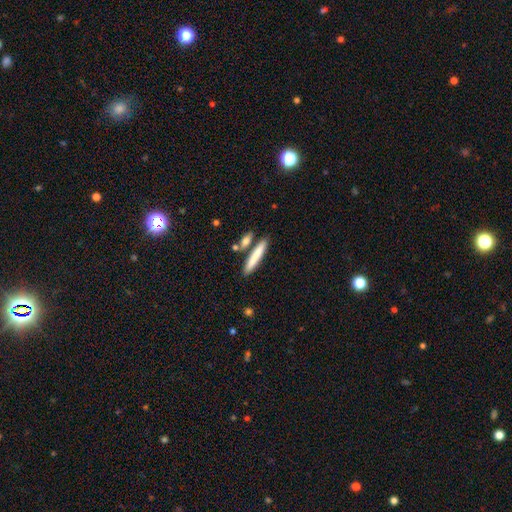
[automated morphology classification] smooth-or-featured: smooth: 78% | featured or disk: 16% | star or artifact: 5%
  how-rounded: cigar-shaped: 90% | in between: 8% | round: 2%
  merging: none: 78% | merger: 10% | minor disturbance: 9% | major disturbance: 3%